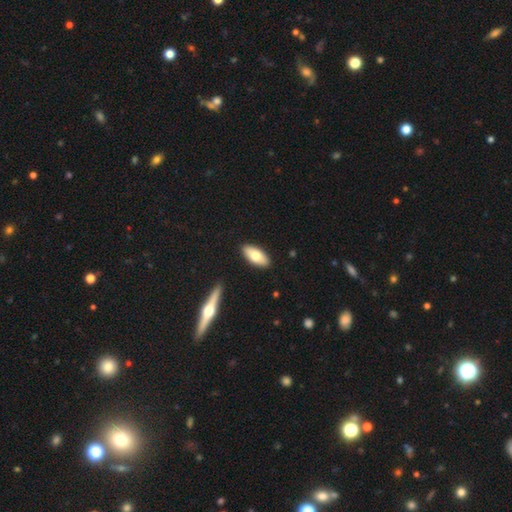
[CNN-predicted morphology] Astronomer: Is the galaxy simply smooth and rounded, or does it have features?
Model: smooth — 71%.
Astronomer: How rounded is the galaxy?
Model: in between — 85%.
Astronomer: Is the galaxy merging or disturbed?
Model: none — 88%.